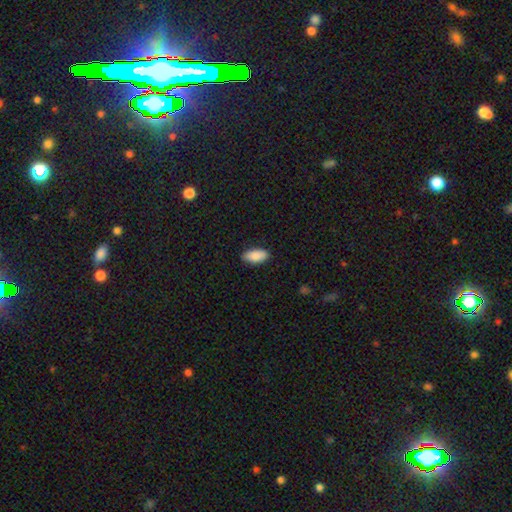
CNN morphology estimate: This is clearly a smooth galaxy (88%). How rounded: clearly in between (90%). Merging: clearly none (87%).